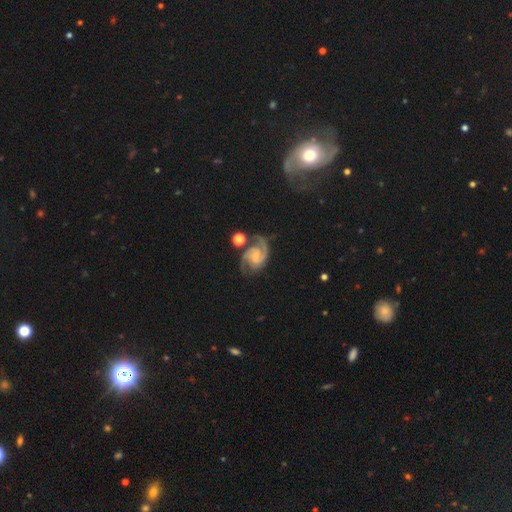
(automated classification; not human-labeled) The model was most divided on "bar": no: 50%, weak: 40%, strong: 10%. More confident: spiral arms — yes (98%); edge-on disk — no (98%); smooth or featured — featured or disk (90%); spiral arm count — 2 (84%); merging — none (67%); bulge size — small (63%); spiral winding — medium (55%).